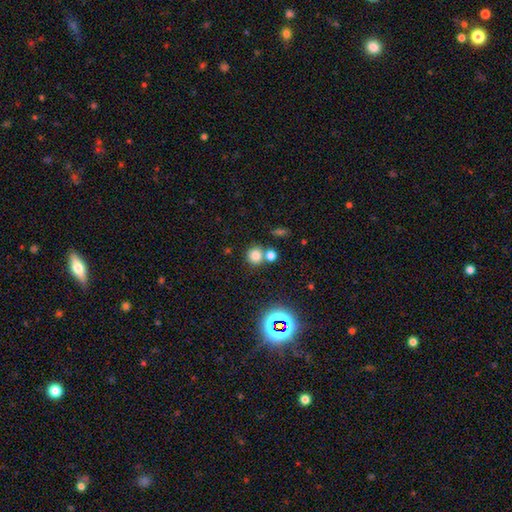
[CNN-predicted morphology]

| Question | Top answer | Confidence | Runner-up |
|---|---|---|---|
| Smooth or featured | smooth | 76% | star or artifact (17%) |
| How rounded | round | 88% | in between (11%) |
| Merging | none | 62% | merger (27%) |